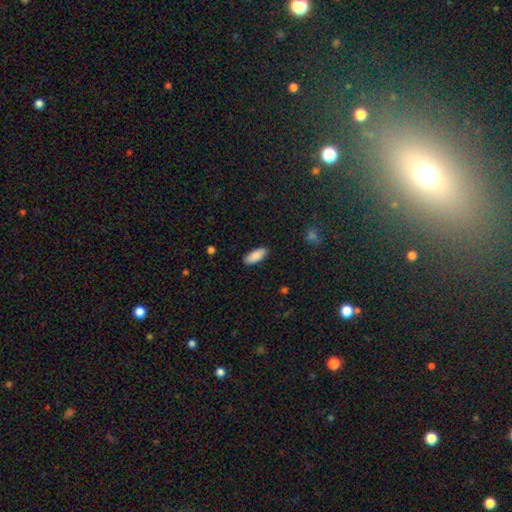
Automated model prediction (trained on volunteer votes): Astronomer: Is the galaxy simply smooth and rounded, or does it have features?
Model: smooth — 88%.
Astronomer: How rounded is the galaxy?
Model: in between — 82%.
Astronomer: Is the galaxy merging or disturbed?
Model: none — 88%.